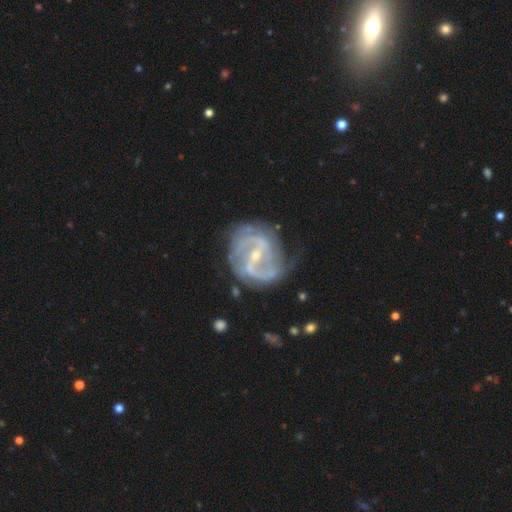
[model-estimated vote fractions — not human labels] Q: Smooth or featured?
A: featured or disk (89%); runner-up: star or artifact (5%)
Q: Edge-on disk?
A: no (97%); runner-up: yes (3%)
Q: Bar?
A: strong (52%); runner-up: weak (36%)
Q: Spiral arms?
A: yes (95%); runner-up: no (5%)
Q: Spiral winding?
A: medium (48%); runner-up: tight (28%)
Q: Spiral arm count?
A: 2 (74%); runner-up: can't tell (10%)
Q: Bulge size?
A: small (66%); runner-up: moderate (31%)
Q: Merging?
A: none (61%); runner-up: minor disturbance (24%)